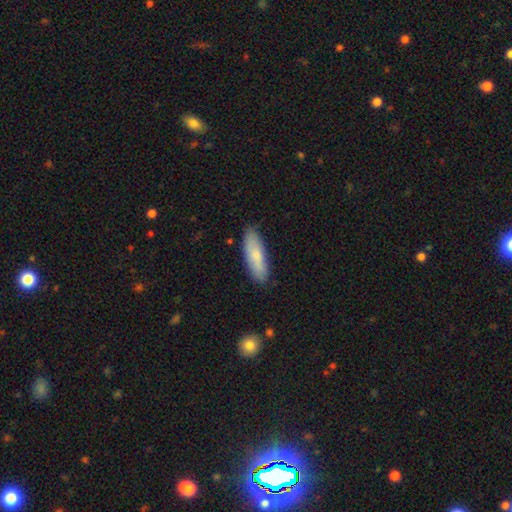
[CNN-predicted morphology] The model was most divided on "how rounded": in between: 51%, cigar-shaped: 47%, round: 2%. More confident: merging — none (83%); smooth or featured — smooth (79%).